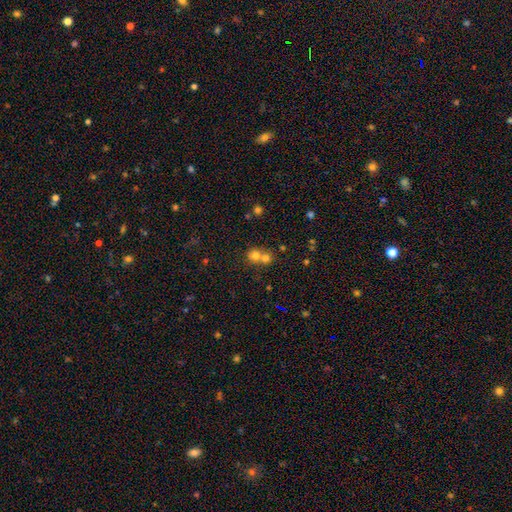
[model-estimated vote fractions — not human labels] This appears to be a smooth galaxy with no disk features (71%) that is round (83%). Merging: merger (57%).